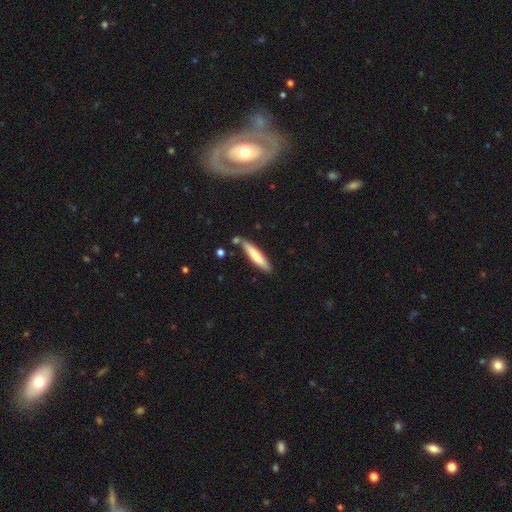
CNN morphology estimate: A smooth galaxy with no disk features (72%) that is cigar-shaped (86%). Merging: none (77%).